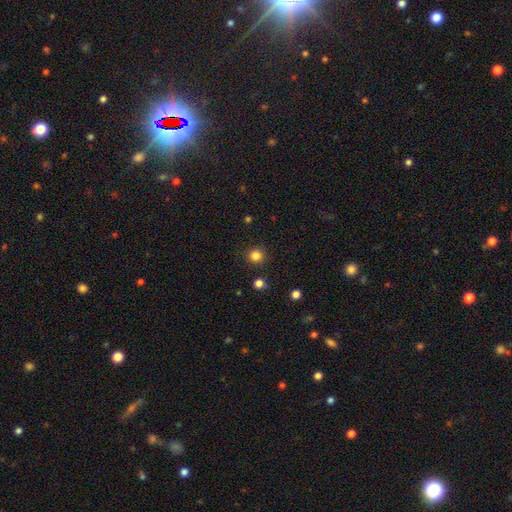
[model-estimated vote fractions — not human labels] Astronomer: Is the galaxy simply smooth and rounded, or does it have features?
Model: smooth — 83%.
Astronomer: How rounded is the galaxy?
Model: round — 93%.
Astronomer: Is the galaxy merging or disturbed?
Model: none — 91%.